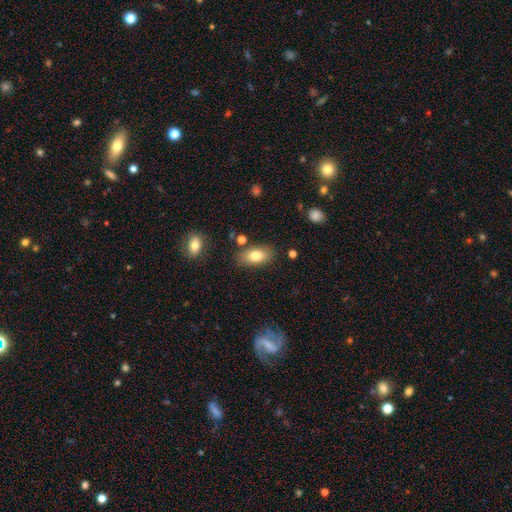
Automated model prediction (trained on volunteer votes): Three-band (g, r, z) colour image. It shows a smooth galaxy with no disk features (80%) that is in between round and cigar-shaped (90%). Merging: none (81%).